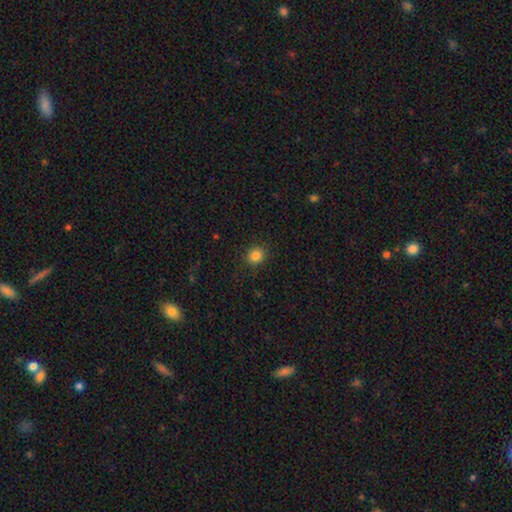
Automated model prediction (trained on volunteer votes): smooth 84%, star or artifact 12%, featured or disk 4%. Down the decision tree: how rounded — round (82%); merging — none (88%).